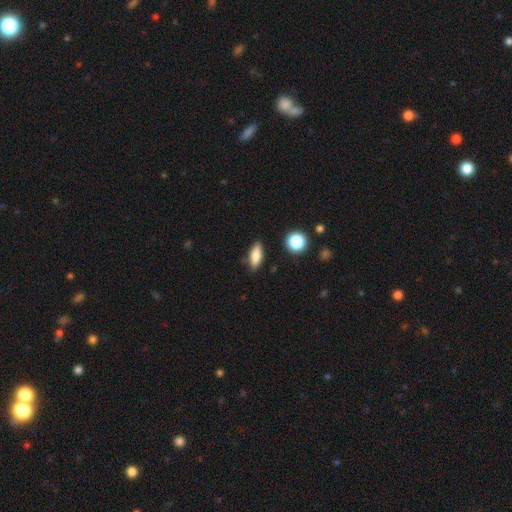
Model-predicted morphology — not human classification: smooth-or-featured: smooth: 82% | featured or disk: 10% | star or artifact: 8%
  how-rounded: in between: 73% | cigar-shaped: 22% | round: 4%
  merging: none: 85% | minor disturbance: 11% | major disturbance: 2% | merger: 2%